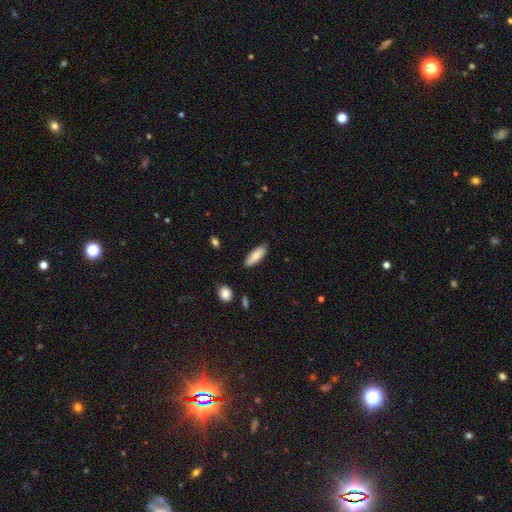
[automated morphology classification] A smooth galaxy with no disk features (80%) that is in between round and cigar-shaped (63%). Merging: none (85%).